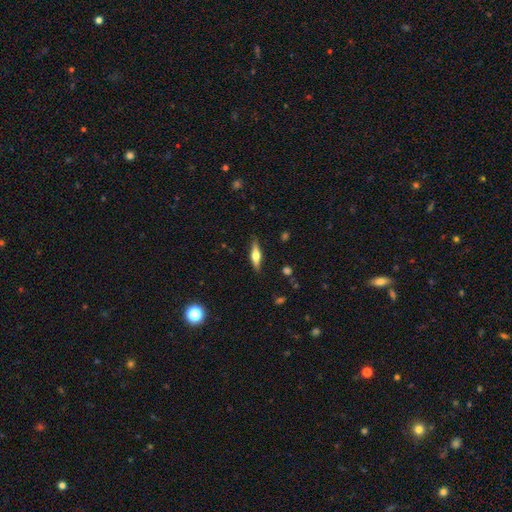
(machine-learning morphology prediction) Q: Smooth or featured?
A: featured or disk (50%); runner-up: smooth (43%)
Q: Edge-on disk?
A: yes (93%); runner-up: no (7%)
Q: Merging?
A: none (86%); runner-up: minor disturbance (10%)